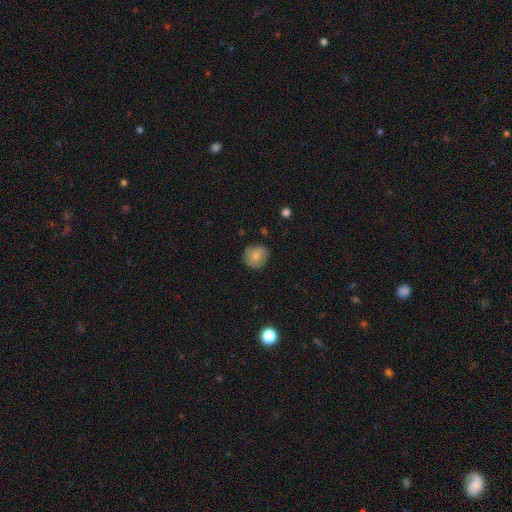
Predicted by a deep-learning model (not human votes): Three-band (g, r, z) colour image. It shows a smooth galaxy with no disk features (76%) that is round (87%). Merging: none (80%).